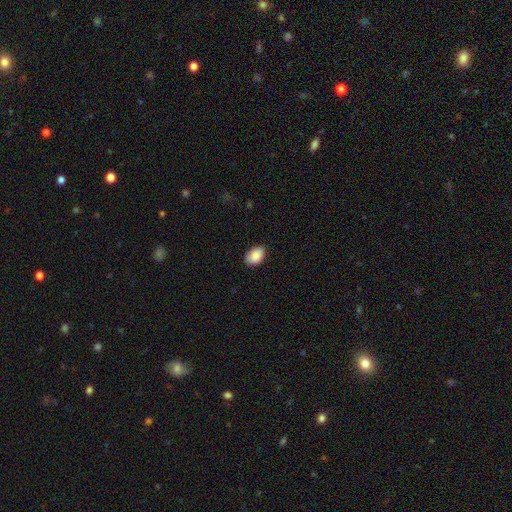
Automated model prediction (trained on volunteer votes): This is clearly a smooth galaxy (89%). How rounded: clearly in between (87%). Merging: clearly none (83%).